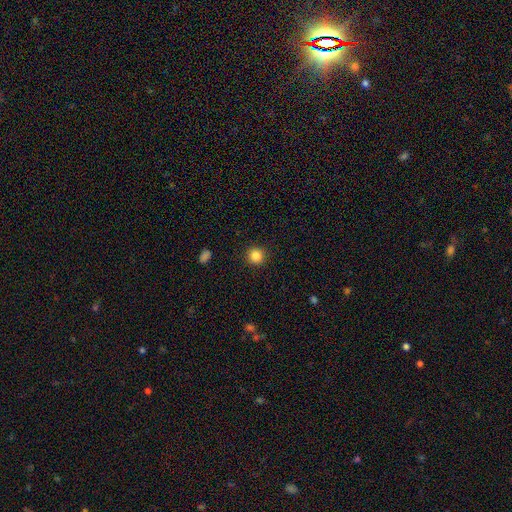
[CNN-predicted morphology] Overall: smooth (85%). How rounded: round (94%). Merging: none (92%).